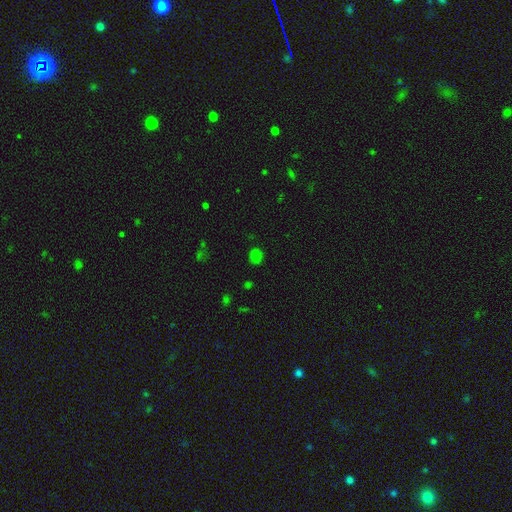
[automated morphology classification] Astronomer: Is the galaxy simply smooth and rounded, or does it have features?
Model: smooth — 72%.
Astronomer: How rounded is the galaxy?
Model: round — 72%.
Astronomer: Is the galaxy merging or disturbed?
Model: none — 81%.